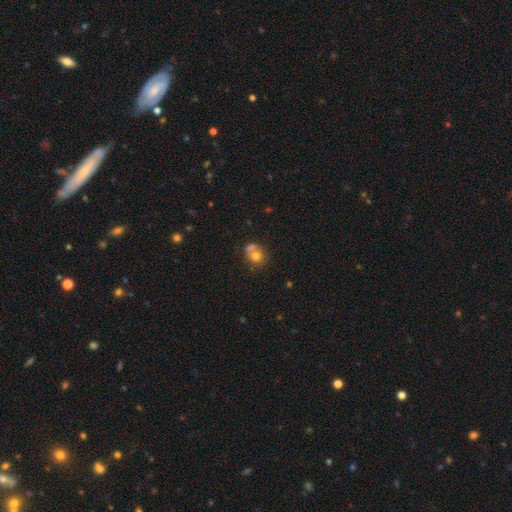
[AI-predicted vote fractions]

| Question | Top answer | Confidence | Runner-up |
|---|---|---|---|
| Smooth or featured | smooth | 71% | featured or disk (18%) |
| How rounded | round | 74% | in between (25%) |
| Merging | merger | 51% | none (34%) |